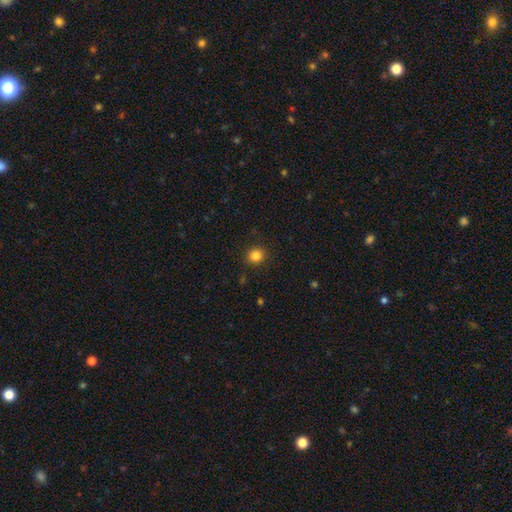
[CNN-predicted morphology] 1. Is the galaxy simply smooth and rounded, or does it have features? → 84% smooth, 12% star or artifact, 4% featured or disk.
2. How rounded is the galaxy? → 84% round, 15% in between, 1% cigar-shaped.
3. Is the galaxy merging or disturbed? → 90% none, 7% minor disturbance, 2% major disturbance, 1% merger.